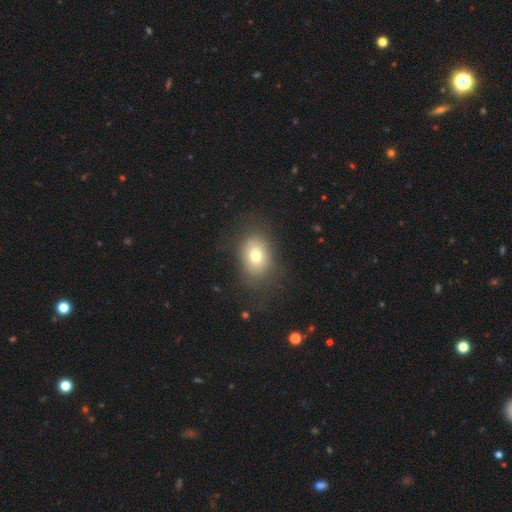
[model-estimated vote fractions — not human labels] smooth 75%, featured or disk 14%, star or artifact 11%. Down the decision tree: how rounded — in between (70%); merging — none (76%).